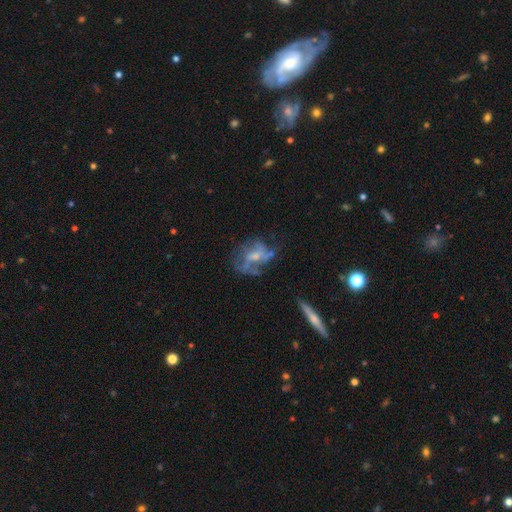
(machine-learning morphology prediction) smooth_or_featured: featured or disk (p=0.67) [alt: smooth p=0.22]
disk_edge_on: no (p=0.96) [alt: yes p=0.04]
bar: no (p=0.58) [alt: weak p=0.34]
has_spiral_arms: yes (p=0.58) [alt: no p=0.42]
bulge_size: small (p=0.42) [alt: moderate p=0.35]
merging: none (p=0.45) [alt: major disturbance p=0.29]